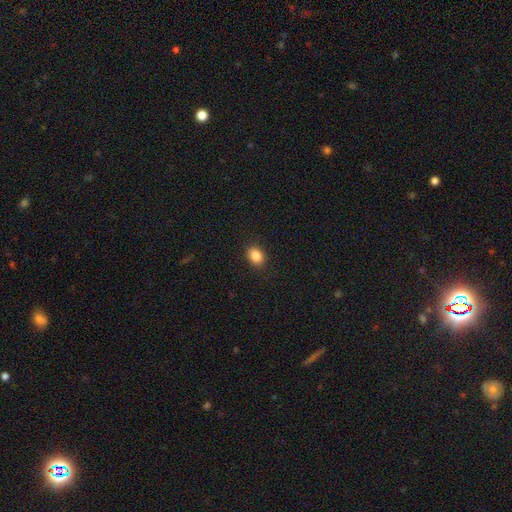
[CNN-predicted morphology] This appears to be a smooth galaxy with no disk features (86%) that is in between round and cigar-shaped (66%). Merging: none (90%).